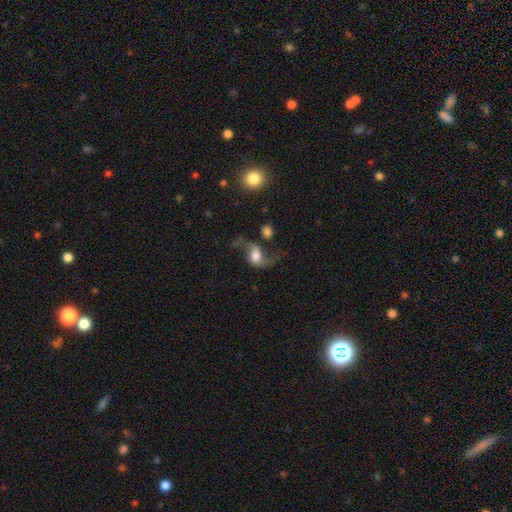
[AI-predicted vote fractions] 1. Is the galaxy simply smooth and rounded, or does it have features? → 77% featured or disk, 15% smooth, 8% star or artifact.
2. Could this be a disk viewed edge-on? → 96% no, 4% yes.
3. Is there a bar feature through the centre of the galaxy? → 45% no, 40% weak, 16% strong.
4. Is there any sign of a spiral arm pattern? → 94% yes, 6% no.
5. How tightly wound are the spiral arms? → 90% loose, 8% medium, 2% tight.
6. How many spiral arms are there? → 92% 2, 3% 1, 2% can't tell, 1% 3, 1% 4, 1% more than 4.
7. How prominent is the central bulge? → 45% moderate, 33% large, 12% small, 6% dominant, 5% none.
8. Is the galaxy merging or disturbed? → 58% none, 19% major disturbance, 16% minor disturbance, 7% merger.